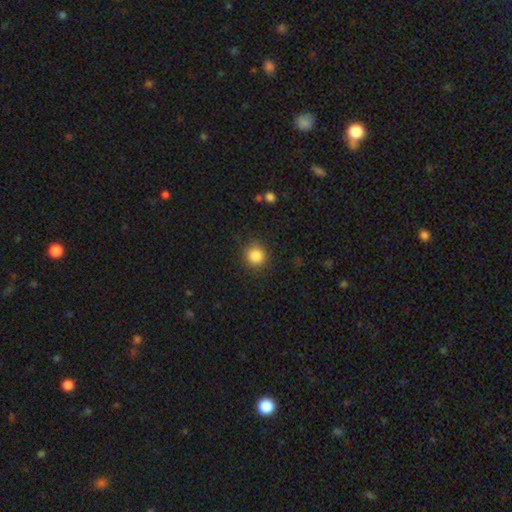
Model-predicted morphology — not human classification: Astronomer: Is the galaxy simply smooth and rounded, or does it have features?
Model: smooth — 85%.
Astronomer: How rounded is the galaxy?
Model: round — 88%.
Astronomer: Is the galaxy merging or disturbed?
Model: none — 84%.